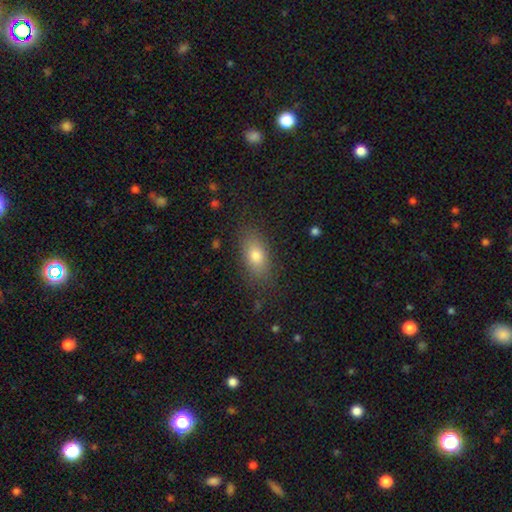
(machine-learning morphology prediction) type=smooth (78%); roundness=in between (84%); merging=none (83%).